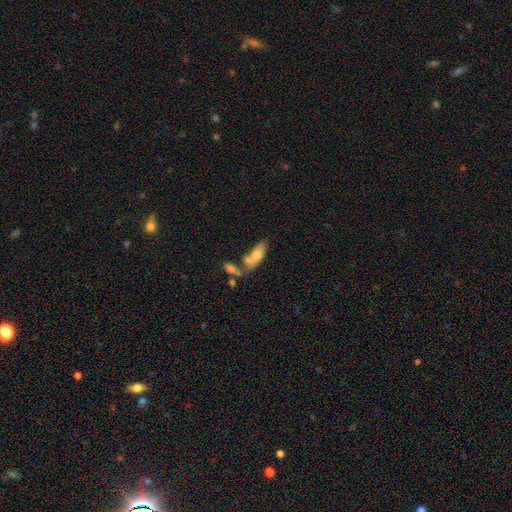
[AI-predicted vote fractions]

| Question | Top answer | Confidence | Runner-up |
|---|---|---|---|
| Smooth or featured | smooth | 66% | featured or disk (27%) |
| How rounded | in between | 74% | cigar-shaped (23%) |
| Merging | merger | 41% | none (35%) |